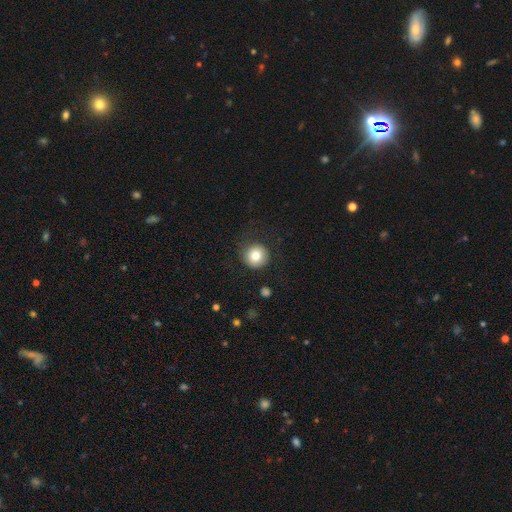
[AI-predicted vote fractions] A smooth galaxy with no disk features (80%) that is round (94%).

Vote fractions:
- Smooth or featured? smooth: 80% / star or artifact: 10% / featured or disk: 10%
- How rounded? round: 94% / in between: 5% / cigar-shaped: 1%
- Merging? none: 82% / minor disturbance: 11% / major disturbance: 6% / merger: 1%